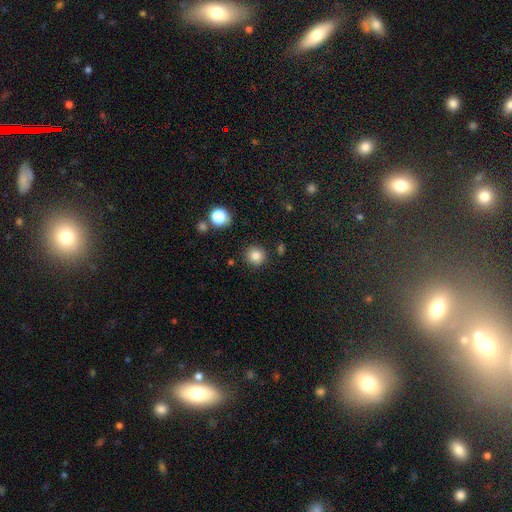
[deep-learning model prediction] smooth_or_featured: smooth (p=0.84) [alt: star or artifact p=0.12]
how_rounded: round (p=0.93) [alt: in between p=0.06]
merging: none (p=0.88) [alt: minor disturbance p=0.07]